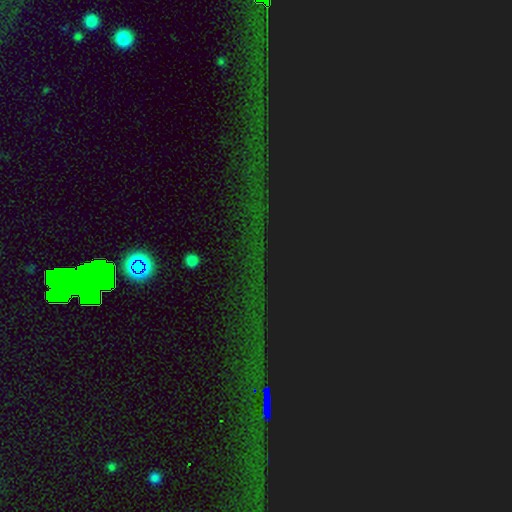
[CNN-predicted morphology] Smooth or featured: star or artifact — 80% (featured or disk — 11%)